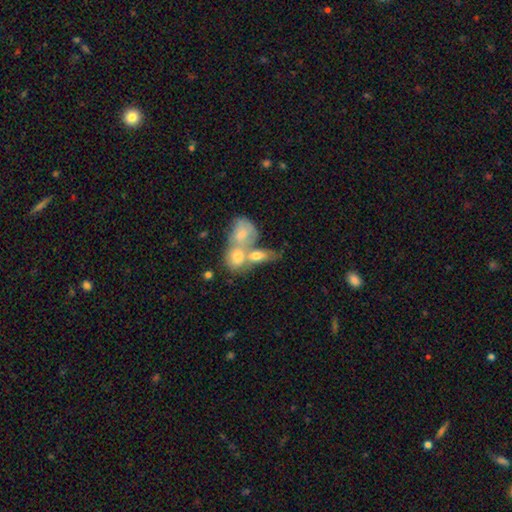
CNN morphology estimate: Q: Smooth or featured?
A: smooth (55%); runner-up: featured or disk (34%)
Q: How rounded?
A: in between (74%); runner-up: round (19%)
Q: Merging?
A: merger (67%); runner-up: none (19%)